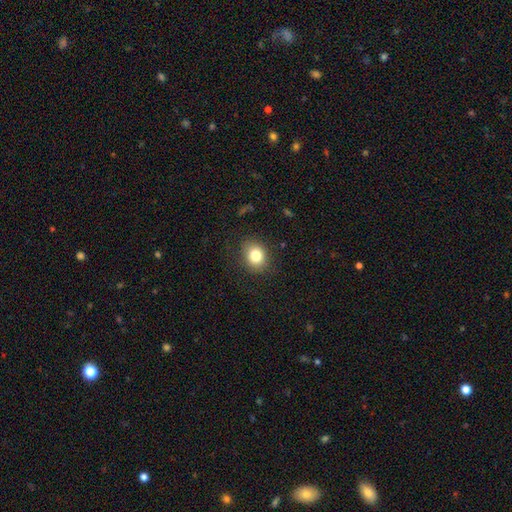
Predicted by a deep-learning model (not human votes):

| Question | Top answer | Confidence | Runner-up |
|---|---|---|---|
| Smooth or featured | smooth | 81% | star or artifact (11%) |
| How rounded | round | 55% | in between (44%) |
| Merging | none | 86% | minor disturbance (10%) |